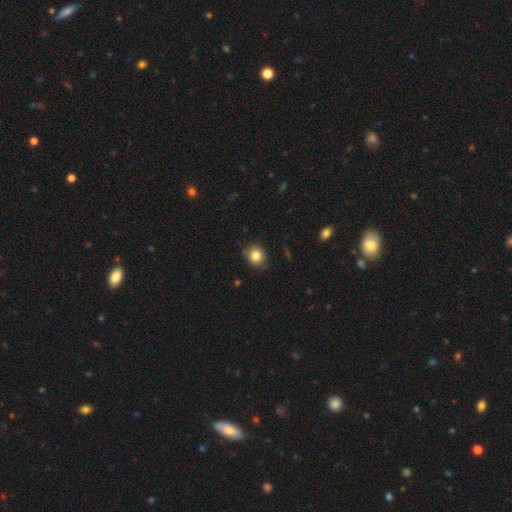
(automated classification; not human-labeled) Smooth or featured? smooth (82%)
How rounded? round (71%)
Merging? none (82%)